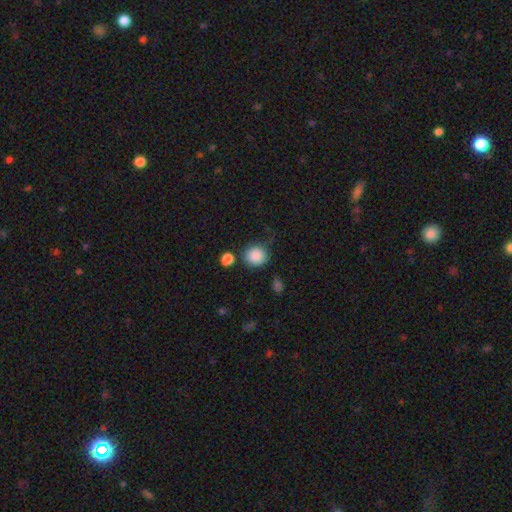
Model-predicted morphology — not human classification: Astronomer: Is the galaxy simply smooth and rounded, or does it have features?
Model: smooth — 87%.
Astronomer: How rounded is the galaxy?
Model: round — 89%.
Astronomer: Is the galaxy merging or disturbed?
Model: none — 73%.